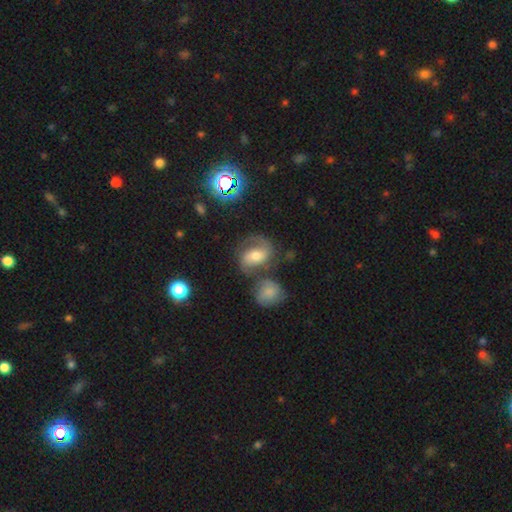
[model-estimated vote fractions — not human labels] A featured or disk galaxy (71%) with a weak bar (43%), 2 (85%) medium (55%) spiral arms (92%) and a moderate central bulge (61%). Merging: none (53%).